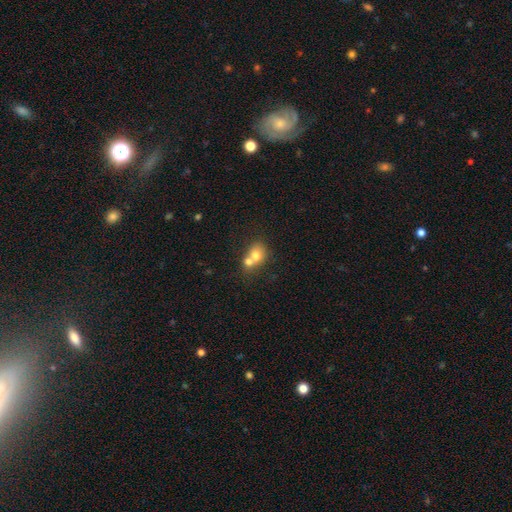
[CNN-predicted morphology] This is likely a smooth galaxy (70%). How rounded: likely round (64%). Merging: likely merger (66%).